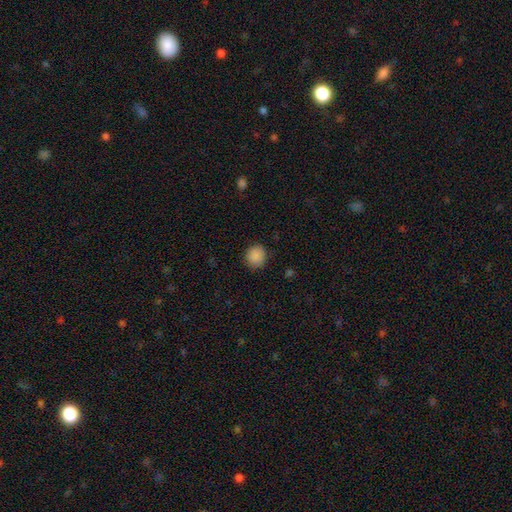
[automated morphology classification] type=smooth (88%); roundness=round (79%); merging=none (87%).